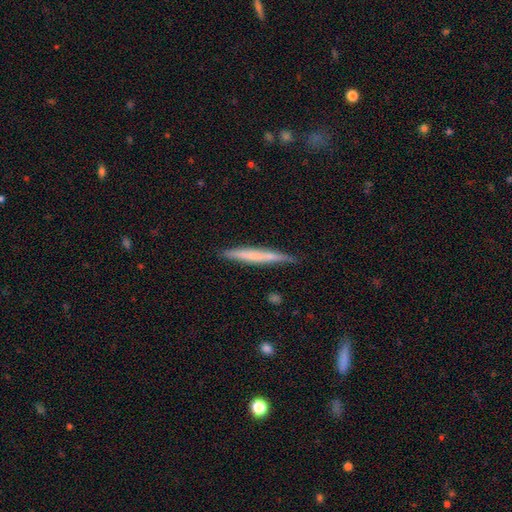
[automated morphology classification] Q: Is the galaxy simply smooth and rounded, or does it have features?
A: smooth — 53%.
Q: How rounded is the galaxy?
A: cigar-shaped — 96%.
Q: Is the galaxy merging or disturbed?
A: none — 87%.